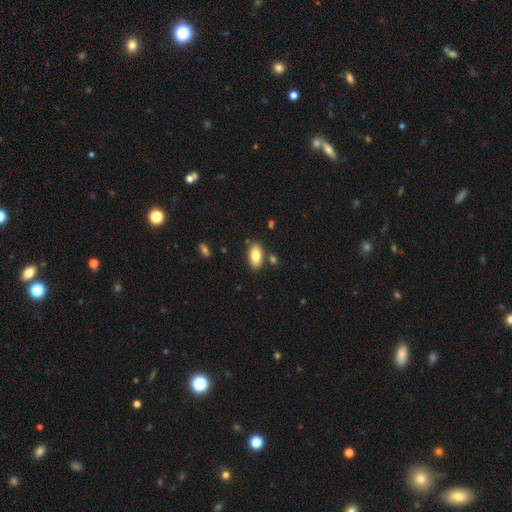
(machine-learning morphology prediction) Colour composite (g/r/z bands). It shows a smooth galaxy with no disk features (81%) that is in between round and cigar-shaped (93%). Merging: none (82%).